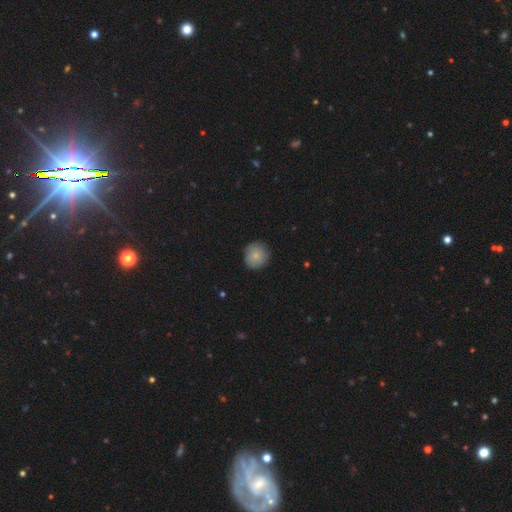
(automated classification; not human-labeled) Overall: smooth (83%). How rounded: round (92%). Merging: none (88%).